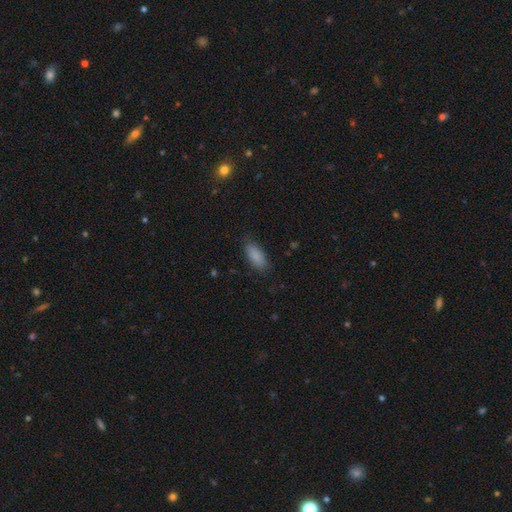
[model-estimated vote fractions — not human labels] The model was most divided on "merging": none: 81%, minor disturbance: 15%, major disturbance: 4%, merger: 1%. More confident: smooth or featured — smooth (87%); how rounded — in between (87%).